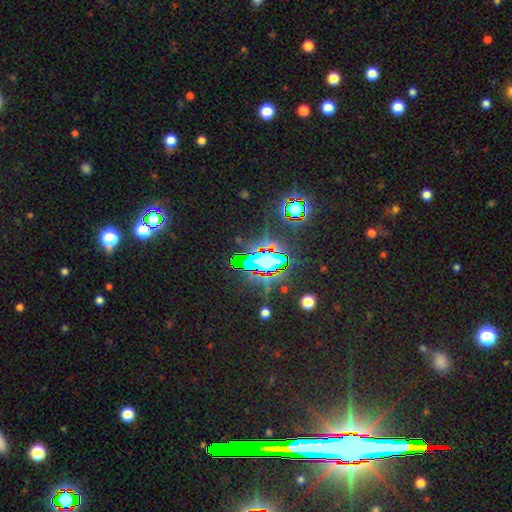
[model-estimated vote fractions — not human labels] Smooth or featured: star or artifact — 82% (smooth — 10%)